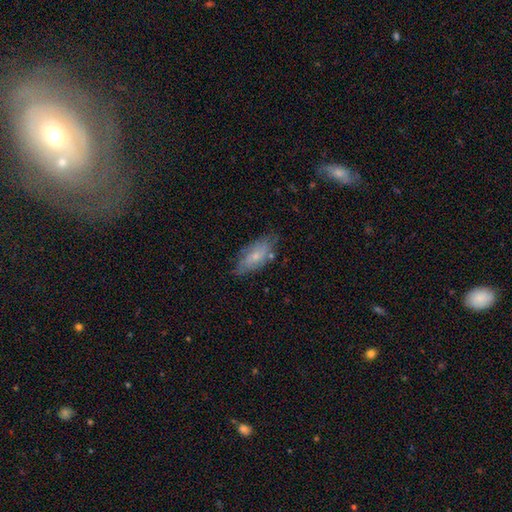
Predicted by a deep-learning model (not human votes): The model was most divided on "smooth or featured": smooth: 55%, featured or disk: 38%, star or artifact: 7%. More confident: how rounded — in between (84%); merging — none (67%).